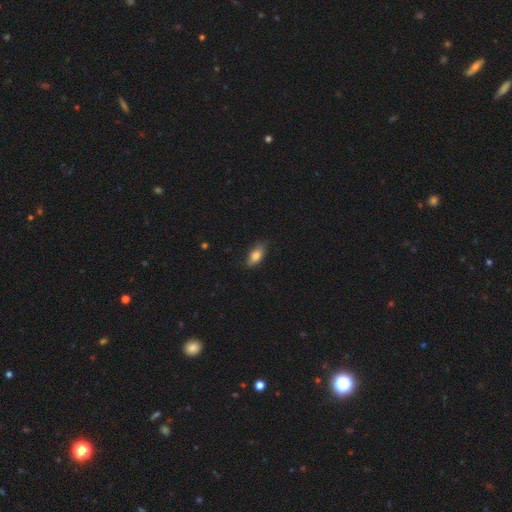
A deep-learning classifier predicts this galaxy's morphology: Smooth or featured: smooth — 77% (featured or disk — 15%)
How rounded: in between — 83% (cigar-shaped — 14%)
Merging: none — 80% (minor disturbance — 17%)